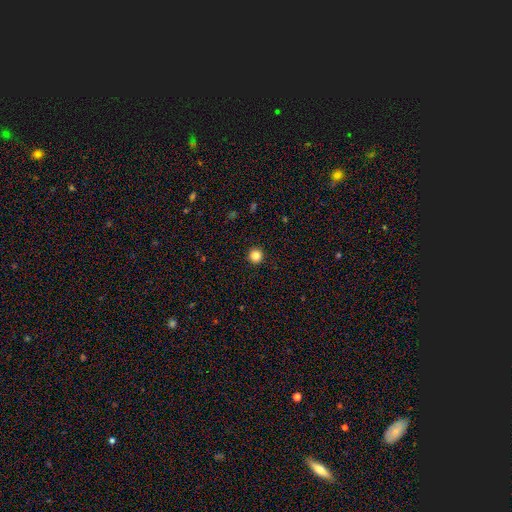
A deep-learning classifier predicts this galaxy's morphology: smooth 85%, star or artifact 11%, featured or disk 4%. Down the decision tree: how rounded — round (96%); merging — none (94%).